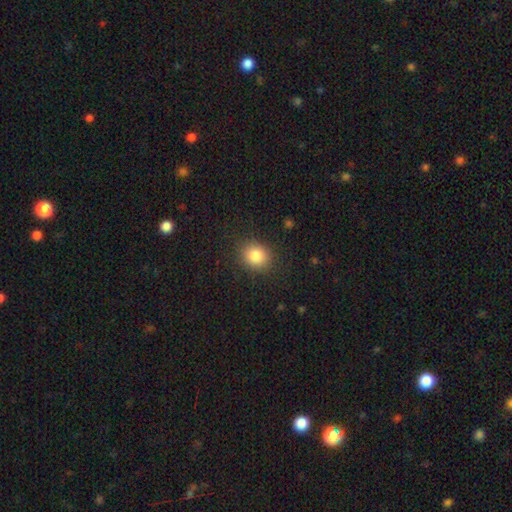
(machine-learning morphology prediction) The model was most divided on "how rounded": round: 72%, in between: 27%, cigar-shaped: 1%. More confident: merging — none (88%); smooth or featured — smooth (84%).